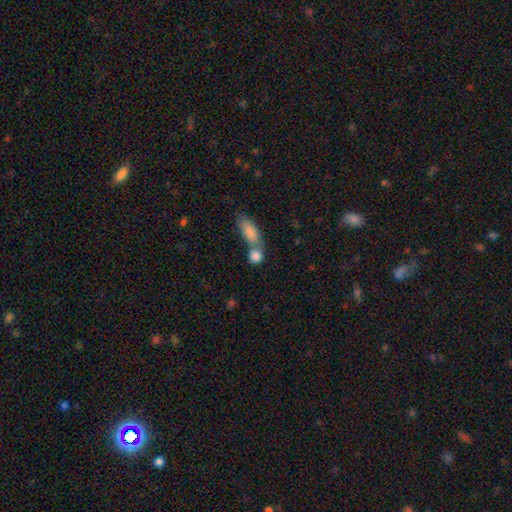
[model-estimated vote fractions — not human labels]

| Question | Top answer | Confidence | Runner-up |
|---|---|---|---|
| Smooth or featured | smooth | 83% | featured or disk (8%) |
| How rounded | round | 58% | in between (36%) |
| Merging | merger | 50% | none (38%) |